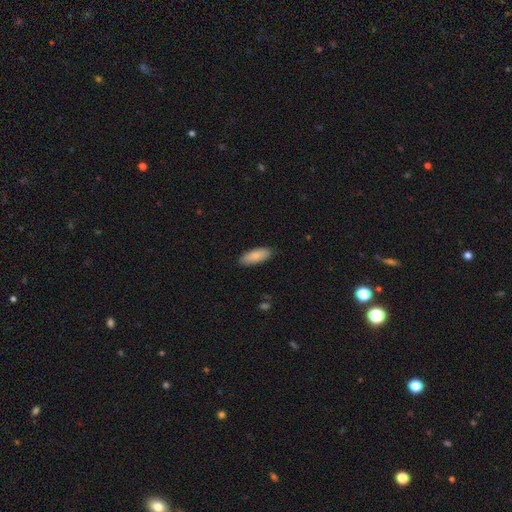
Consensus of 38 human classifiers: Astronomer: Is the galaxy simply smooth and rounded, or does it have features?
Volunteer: smooth — 92%.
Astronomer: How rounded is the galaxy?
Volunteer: in between — 89%.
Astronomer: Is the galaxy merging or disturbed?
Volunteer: none — 86%.